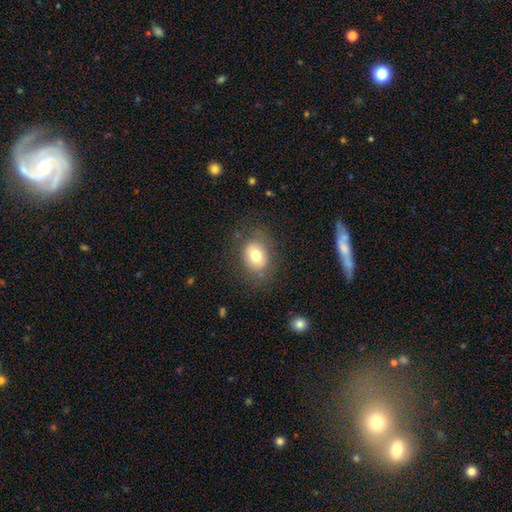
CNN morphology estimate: Overall: smooth (72%). How rounded: in between (55%; round 44%). Merging: none (76%).